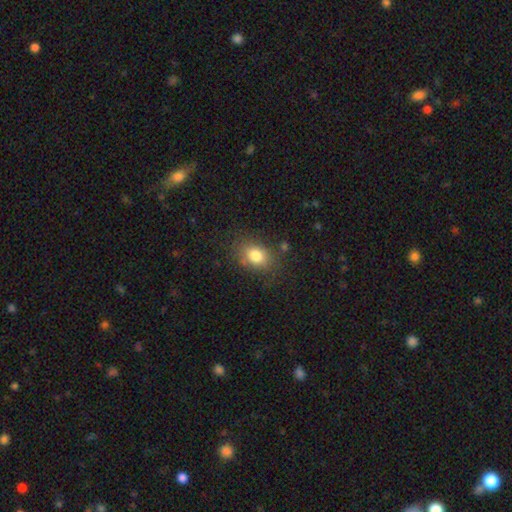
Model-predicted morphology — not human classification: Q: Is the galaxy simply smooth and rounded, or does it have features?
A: smooth — 81%.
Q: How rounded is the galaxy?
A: in between — 70%.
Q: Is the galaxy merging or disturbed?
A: none — 76%.